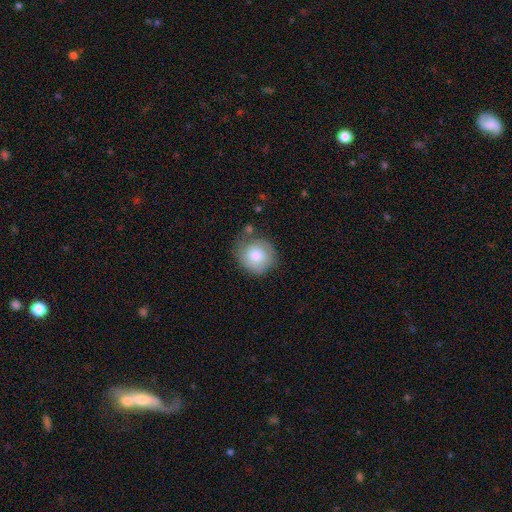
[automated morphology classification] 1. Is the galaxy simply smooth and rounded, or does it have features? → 68% smooth, 25% featured or disk, 7% star or artifact.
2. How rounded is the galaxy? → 86% round, 13% in between, 1% cigar-shaped.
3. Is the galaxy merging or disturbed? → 63% none, 24% minor disturbance, 8% major disturbance, 5% merger.